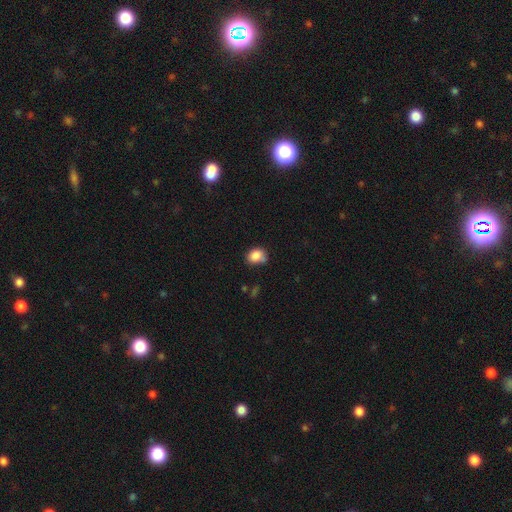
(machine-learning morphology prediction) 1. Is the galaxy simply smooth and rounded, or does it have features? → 86% smooth, 9% star or artifact, 5% featured or disk.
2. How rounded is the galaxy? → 54% round, 45% in between, 1% cigar-shaped.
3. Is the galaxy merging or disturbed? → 60% none, 29% minor disturbance, 6% major disturbance, 6% merger.